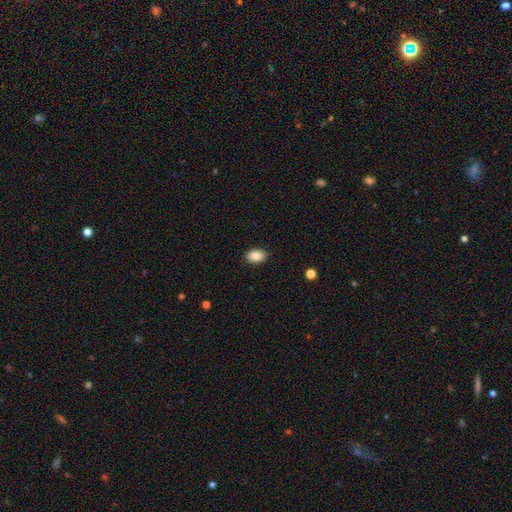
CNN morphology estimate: Smooth or featured?
  - smooth: 83% *
  - featured or disk: 9%
  - star or artifact: 8%
How rounded?
  - in between: 86% *
  - round: 13%
  - cigar-shaped: 1%
Merging?
  - none: 88% *
  - minor disturbance: 9%
  - major disturbance: 2%
  - merger: 1%